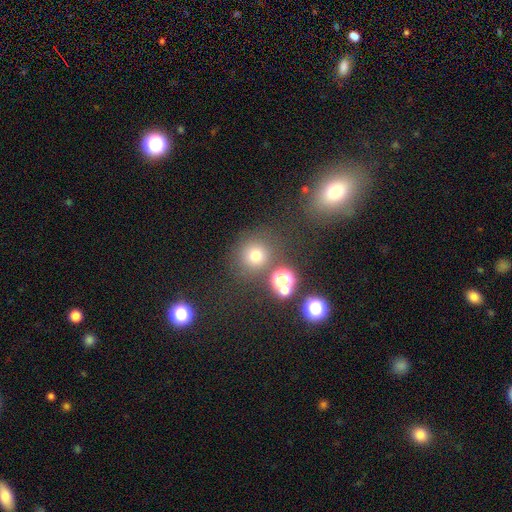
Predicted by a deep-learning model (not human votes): Overall: smooth (71%). How rounded: round (90%). Merging: none (76%).